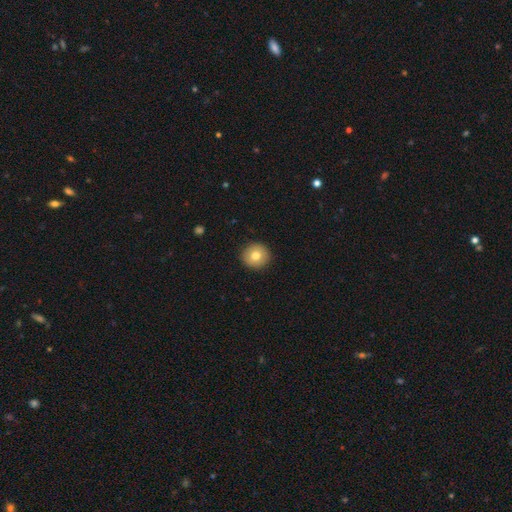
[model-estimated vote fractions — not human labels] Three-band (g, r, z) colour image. It shows a smooth galaxy with no disk features (77%) that is round (94%). Merging: none (92%).